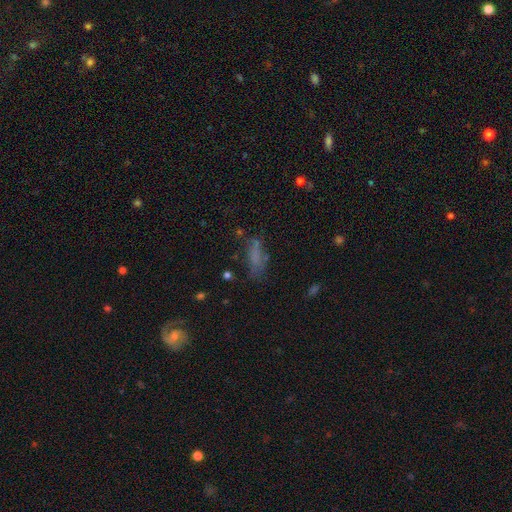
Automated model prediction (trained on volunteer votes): This is possibly a smooth galaxy (59%). How rounded: possibly in between (57%). Merging: possibly none (51%).